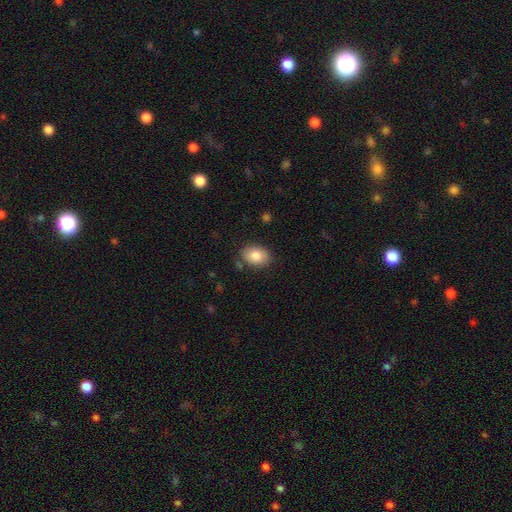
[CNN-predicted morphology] type=smooth (83%); roundness=in between (75%); merging=none (81%).